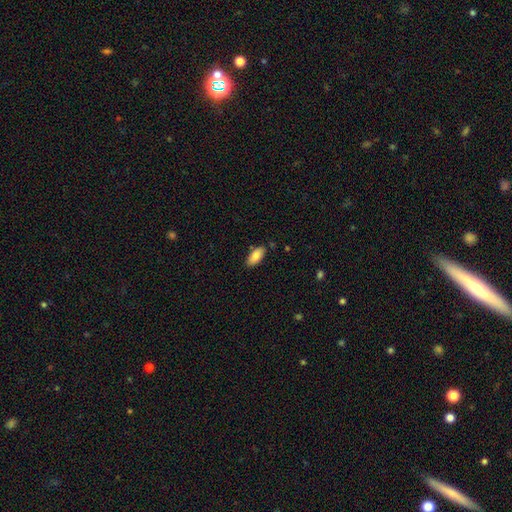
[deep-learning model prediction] Smooth or featured?
  - smooth: 85% *
  - featured or disk: 8%
  - star or artifact: 7%
How rounded?
  - in between: 89% *
  - cigar-shaped: 9%
  - round: 2%
Merging?
  - none: 82% *
  - minor disturbance: 13%
  - merger: 3%
  - major disturbance: 2%